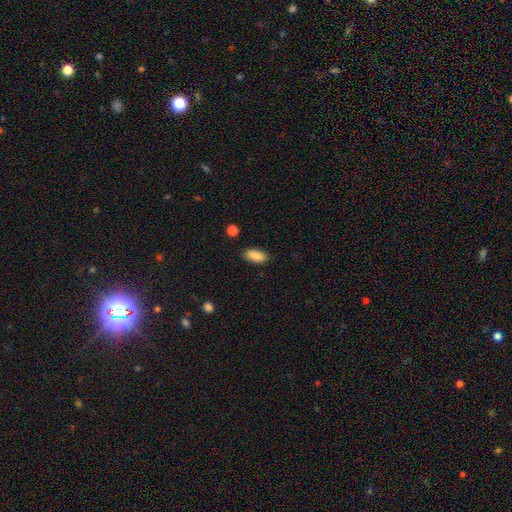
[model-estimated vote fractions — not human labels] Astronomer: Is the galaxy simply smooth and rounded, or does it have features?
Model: smooth — 89%.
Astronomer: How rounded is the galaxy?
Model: in between — 86%.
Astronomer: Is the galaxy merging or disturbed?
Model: none — 86%.